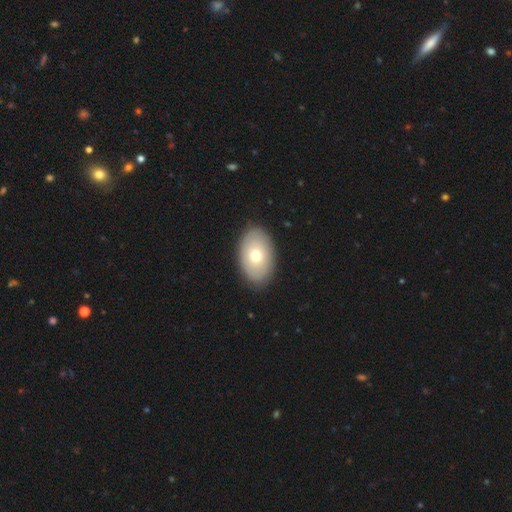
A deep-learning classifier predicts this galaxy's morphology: type=smooth (70%); roundness=in between (90%); merging=none (89%).